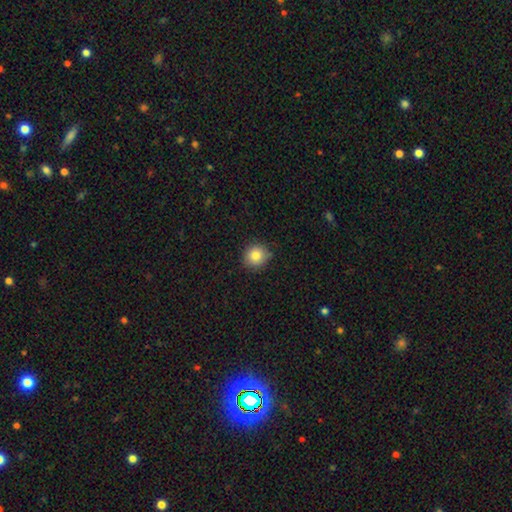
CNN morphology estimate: Smooth or featured? smooth (84%)
How rounded? round (91%)
Merging? none (85%)